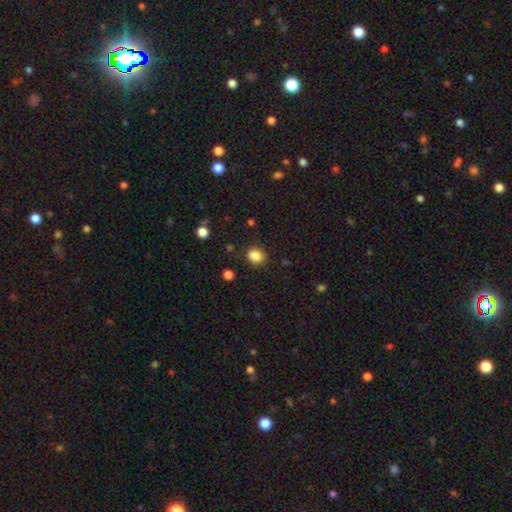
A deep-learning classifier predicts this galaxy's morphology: Smooth or featured? smooth (86%)
How rounded? round (53%)
Merging? none (82%)